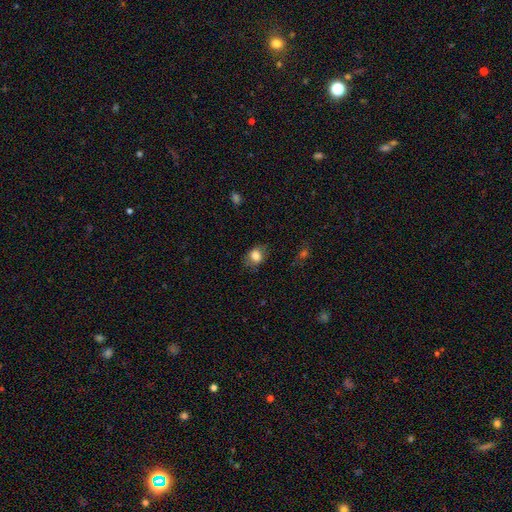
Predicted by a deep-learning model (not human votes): Q: Smooth or featured?
A: smooth (81%); runner-up: featured or disk (10%)
Q: How rounded?
A: in between (57%); runner-up: round (42%)
Q: Merging?
A: none (75%); runner-up: minor disturbance (18%)